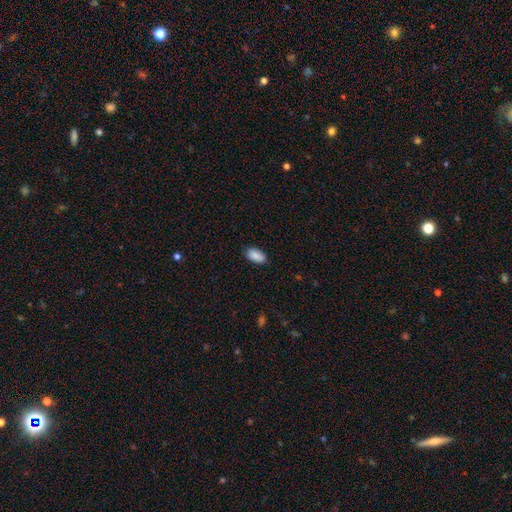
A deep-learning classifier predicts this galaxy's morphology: Smooth or featured? smooth (89%)
How rounded? in between (93%)
Merging? none (83%)